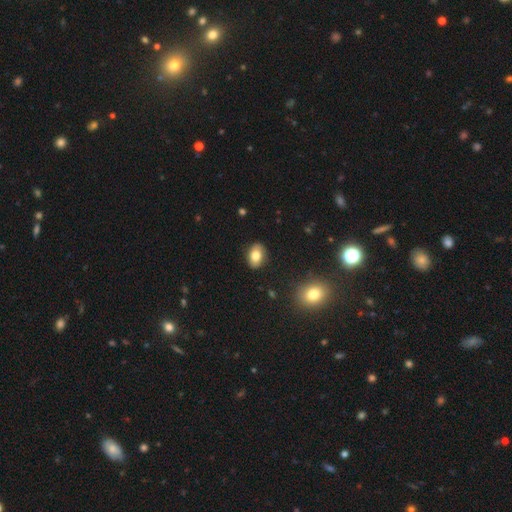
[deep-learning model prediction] This appears to be a smooth galaxy with no disk features (79%) that is in between round and cigar-shaped (82%). Merging: none (87%).